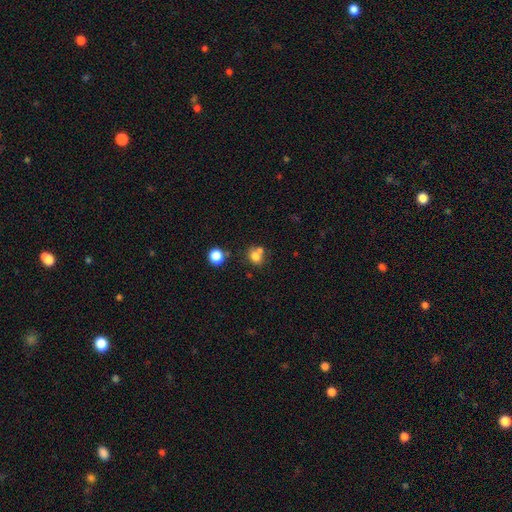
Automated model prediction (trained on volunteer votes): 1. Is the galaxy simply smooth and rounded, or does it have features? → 76% smooth, 14% star or artifact, 10% featured or disk.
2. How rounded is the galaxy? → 64% round, 35% in between, 1% cigar-shaped.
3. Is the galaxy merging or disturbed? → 50% none, 33% merger, 12% minor disturbance, 5% major disturbance.